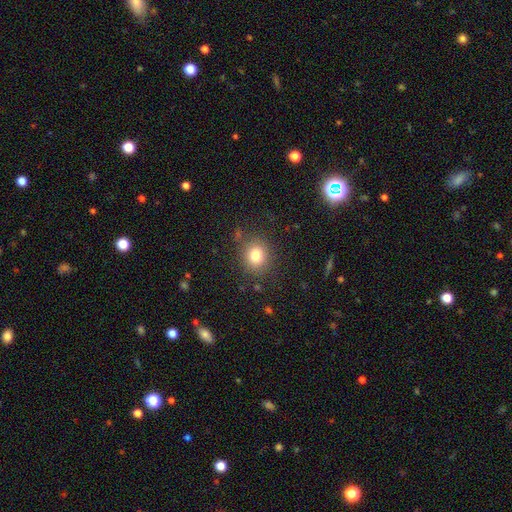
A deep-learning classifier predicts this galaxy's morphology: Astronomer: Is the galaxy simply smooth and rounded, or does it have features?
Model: smooth — 80%.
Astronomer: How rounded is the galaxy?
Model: round — 74%.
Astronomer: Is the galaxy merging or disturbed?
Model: none — 84%.